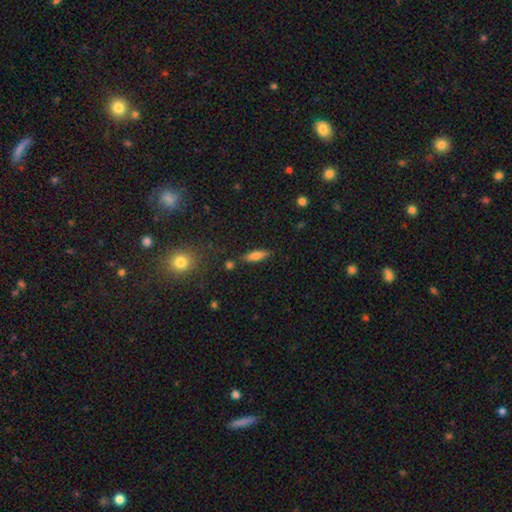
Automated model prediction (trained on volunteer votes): smooth_or_featured: smooth (p=0.75) [alt: featured or disk p=0.16]
how_rounded: cigar-shaped (p=0.52) [alt: in between p=0.46]
merging: none (p=0.81) [alt: minor disturbance p=0.12]